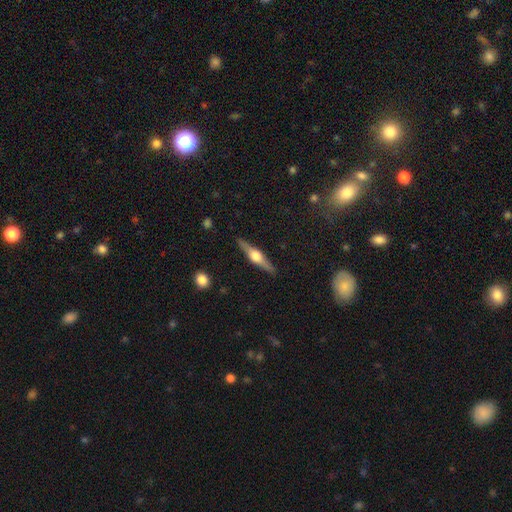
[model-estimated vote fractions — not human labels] Q: Smooth or featured?
A: featured or disk (73%); runner-up: smooth (22%)
Q: Edge-on disk?
A: yes (97%); runner-up: no (3%)
Q: Edge-on bulge?
A: rounded (93%); runner-up: boxy (5%)
Q: Merging?
A: none (90%); runner-up: minor disturbance (7%)